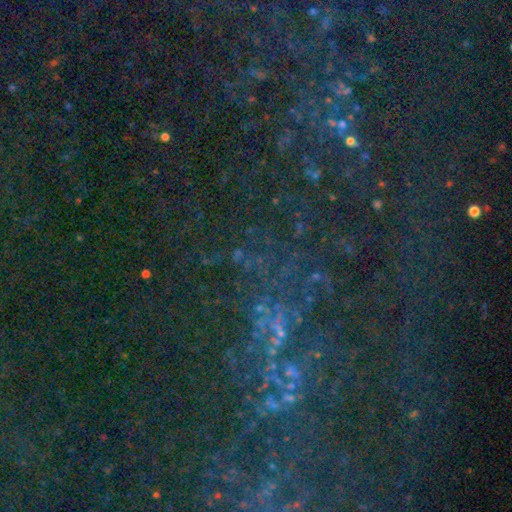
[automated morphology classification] A star or artifact, not a galaxy (82%).

Vote fractions:
- Smooth or featured? star or artifact: 82% / smooth: 10% / featured or disk: 8%